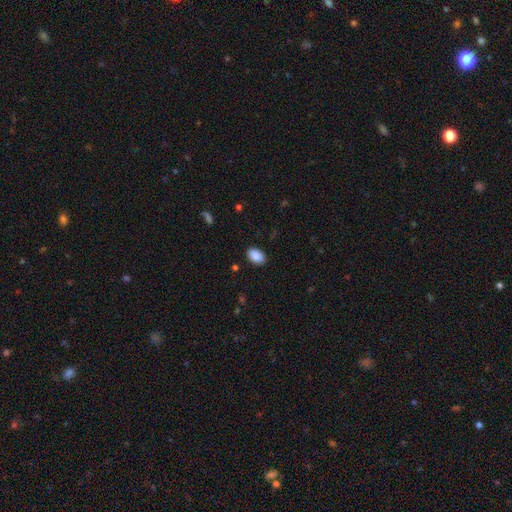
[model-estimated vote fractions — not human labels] Morphology: type=smooth (89%); roundness=in between (91%); merging=none (88%).